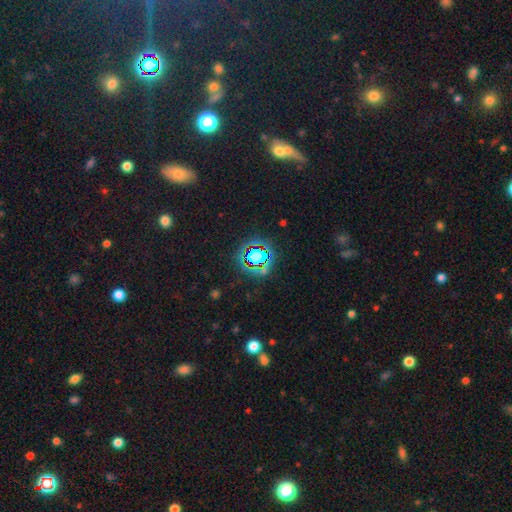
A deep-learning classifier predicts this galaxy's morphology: The model was most divided on "smooth or featured": star or artifact: 66%, smooth: 22%, featured or disk: 12%.